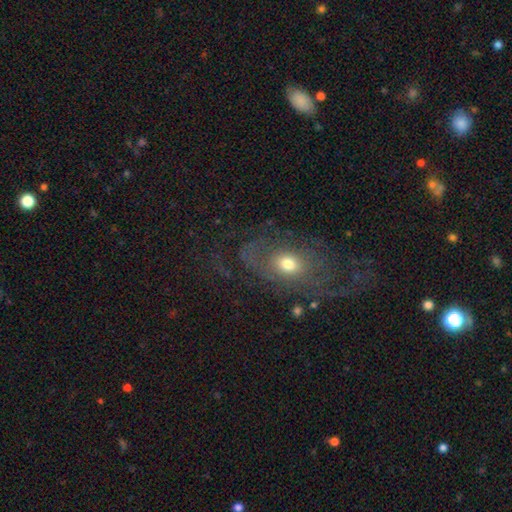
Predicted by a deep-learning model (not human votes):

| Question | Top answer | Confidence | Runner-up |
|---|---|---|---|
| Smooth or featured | featured or disk | 59% | smooth (25%) |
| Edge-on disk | no | 90% | yes (10%) |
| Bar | no | 83% | weak (13%) |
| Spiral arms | yes | 63% | no (37%) |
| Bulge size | moderate | 64% | small (26%) |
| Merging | none | 60% | major disturbance (20%) |